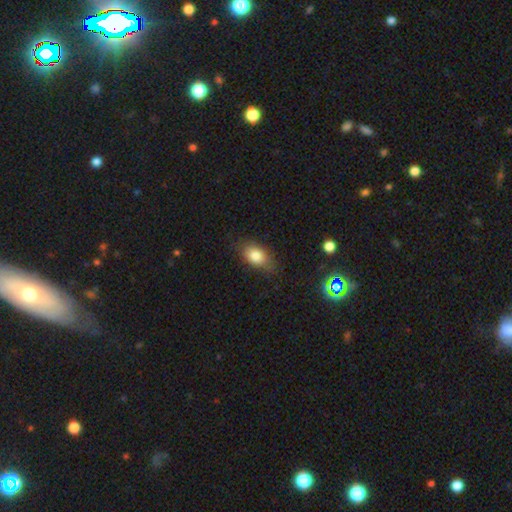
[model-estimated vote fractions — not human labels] smooth_or_featured: smooth (p=0.81) [alt: featured or disk p=0.11]
how_rounded: in between (p=0.83) [alt: round p=0.14]
merging: none (p=0.73) [alt: minor disturbance p=0.20]